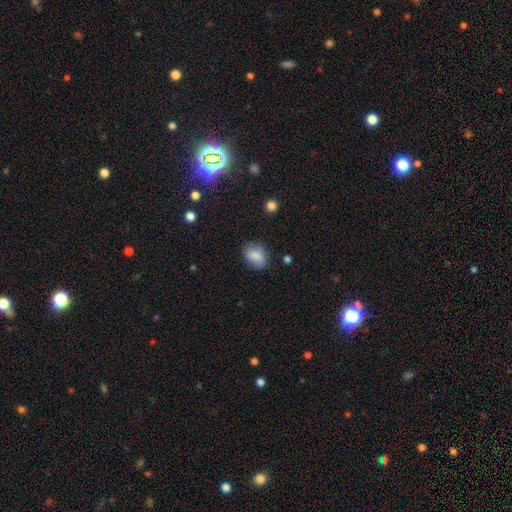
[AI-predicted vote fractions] Smooth or featured?
  - smooth: 83% *
  - featured or disk: 9%
  - star or artifact: 8%
How rounded?
  - in between: 61% *
  - round: 38%
  - cigar-shaped: 1%
Merging?
  - none: 78% *
  - minor disturbance: 16%
  - major disturbance: 4%
  - merger: 2%